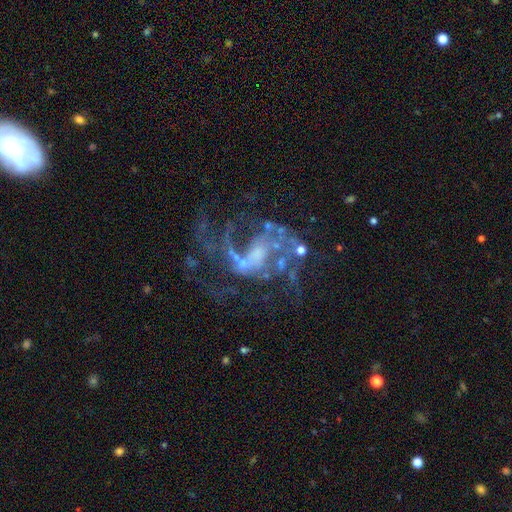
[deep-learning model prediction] The model was most divided on "spiral winding" (2-way tie): loose: 43%, medium: 43%, tight: 14%. Remaining: edge-on disk — no (98%); spiral arms — yes (84%); smooth or featured — featured or disk (84%); bar — no (47%); merging — none (43%); spiral arm count — 2 (42%); bulge size — small (38%).